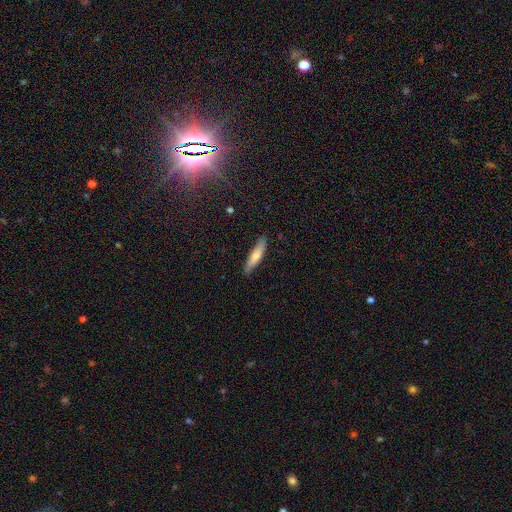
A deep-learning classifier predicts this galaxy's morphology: This appears to be a smooth galaxy with no disk features (60%) that is cigar-shaped (85%). Merging: none (87%).